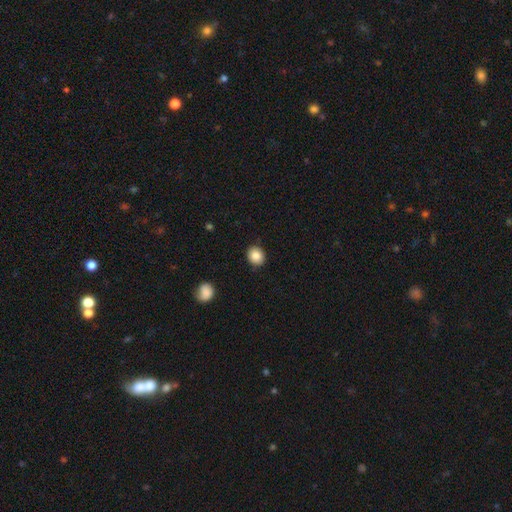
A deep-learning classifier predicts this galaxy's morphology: Smooth or featured? smooth (86%)
How rounded? round (72%)
Merging? none (89%)